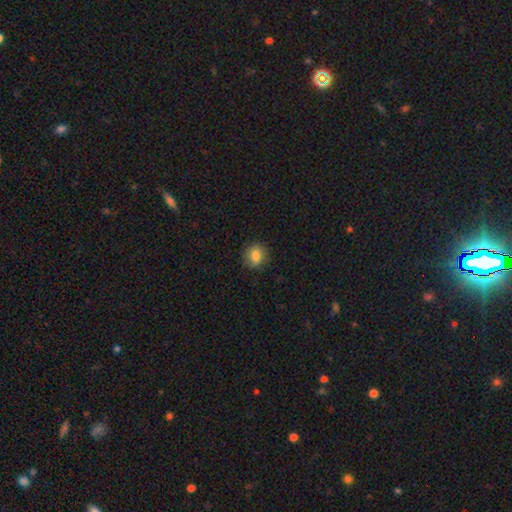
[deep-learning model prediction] smooth-or-featured: smooth: 79% | featured or disk: 12% | star or artifact: 9%
  how-rounded: round: 73% | in between: 26% | cigar-shaped: 1%
  merging: none: 85% | minor disturbance: 11% | major disturbance: 3% | merger: 1%